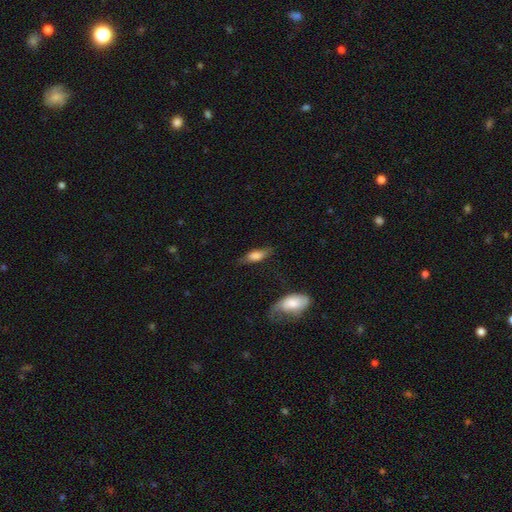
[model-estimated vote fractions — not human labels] smooth-or-featured: smooth: 69% | featured or disk: 24% | star or artifact: 8%
  how-rounded: in between: 68% | cigar-shaped: 27% | round: 4%
  merging: none: 66% | minor disturbance: 23% | major disturbance: 8% | merger: 4%